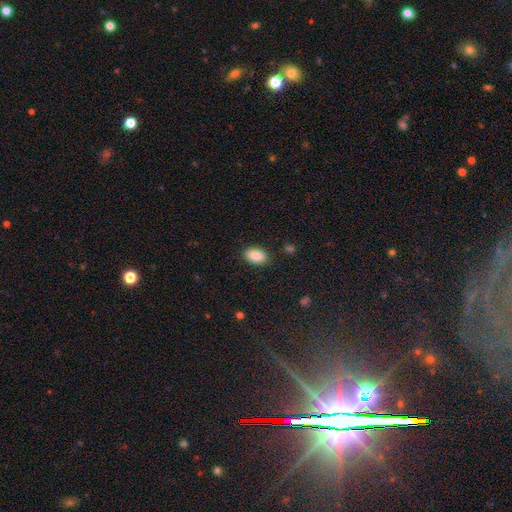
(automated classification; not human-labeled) The model was most divided on "merging": none: 87%, minor disturbance: 9%, major disturbance: 2%, merger: 1%. More confident: how rounded — in between (90%); smooth or featured — smooth (88%).